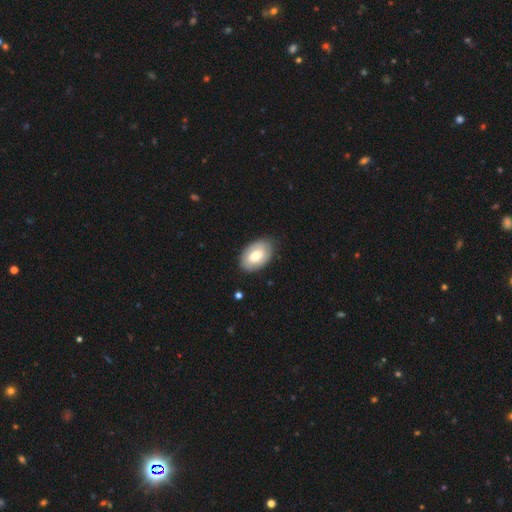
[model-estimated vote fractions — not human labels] Q: Smooth or featured?
A: smooth (62%); runner-up: featured or disk (33%)
Q: How rounded?
A: in between (91%); runner-up: round (8%)
Q: Merging?
A: none (83%); runner-up: minor disturbance (13%)